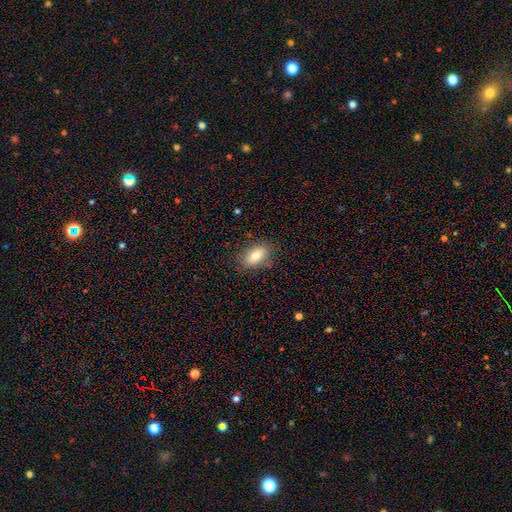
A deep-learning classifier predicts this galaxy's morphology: A smooth galaxy with no disk features (78%) that is in between round and cigar-shaped (88%).

Vote fractions:
- Smooth or featured? smooth: 78% / featured or disk: 14% / star or artifact: 8%
- How rounded? in between: 88% / round: 7% / cigar-shaped: 4%
- Merging? none: 81% / minor disturbance: 14% / major disturbance: 4% / merger: 2%